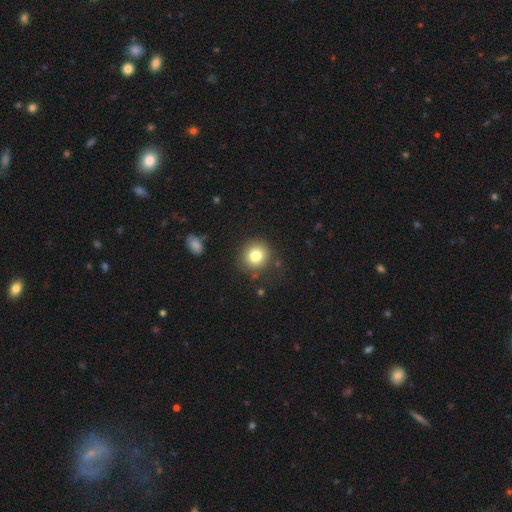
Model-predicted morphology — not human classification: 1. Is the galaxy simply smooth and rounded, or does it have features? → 80% smooth, 11% star or artifact, 9% featured or disk.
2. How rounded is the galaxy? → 91% round, 8% in between, 1% cigar-shaped.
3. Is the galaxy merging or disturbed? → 85% none, 9% minor disturbance, 3% major disturbance, 2% merger.